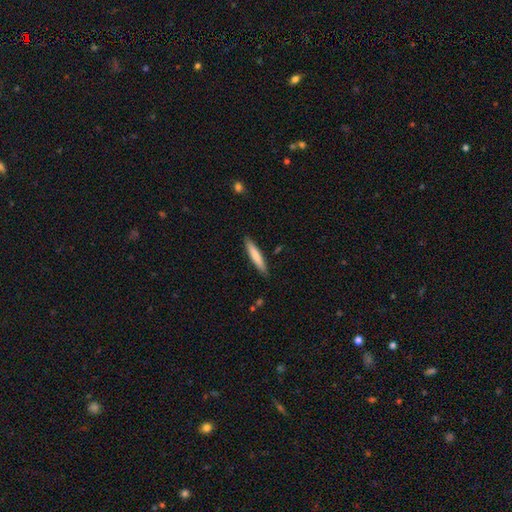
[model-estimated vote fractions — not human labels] The model was most divided on "smooth or featured": smooth: 76%, featured or disk: 18%, star or artifact: 5%. More confident: how rounded — cigar-shaped (91%); merging — none (88%).